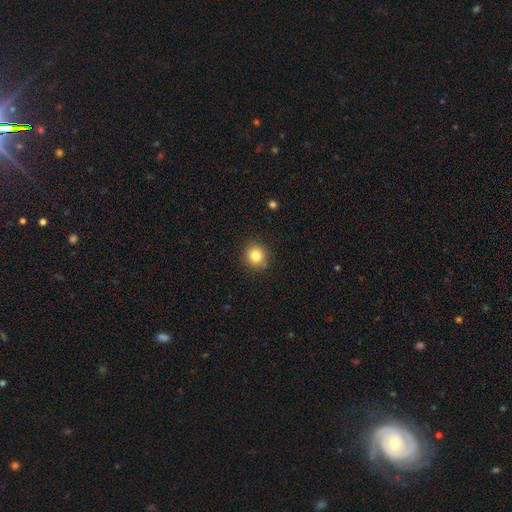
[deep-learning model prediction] A smooth galaxy with no disk features (81%) that is round (91%).

Vote fractions:
- Smooth or featured? smooth: 81% / star or artifact: 11% / featured or disk: 7%
- How rounded? round: 91% / in between: 8% / cigar-shaped: 1%
- Merging? none: 87% / minor disturbance: 9% / major disturbance: 2% / merger: 2%